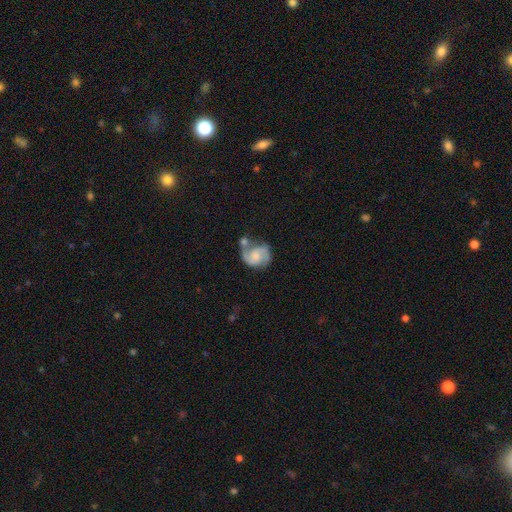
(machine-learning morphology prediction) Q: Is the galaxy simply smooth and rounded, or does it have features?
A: featured or disk — 75%.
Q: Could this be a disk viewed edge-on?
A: no — 98%.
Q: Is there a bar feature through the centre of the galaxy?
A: no — 61%.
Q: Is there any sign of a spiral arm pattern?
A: yes — 94%.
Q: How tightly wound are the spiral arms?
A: medium — 50%.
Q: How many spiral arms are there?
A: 2 — 86%.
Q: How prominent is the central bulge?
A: small — 29%, tied with none.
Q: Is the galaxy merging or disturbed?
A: none — 40%.